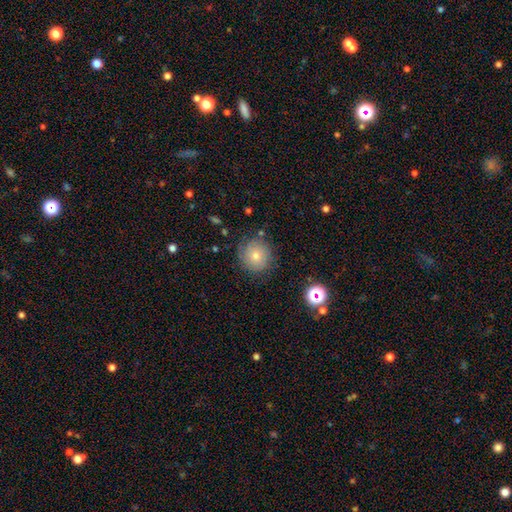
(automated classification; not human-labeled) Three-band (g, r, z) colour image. It shows a smooth galaxy with no disk features (52%) that is round (92%). Merging: none (82%).